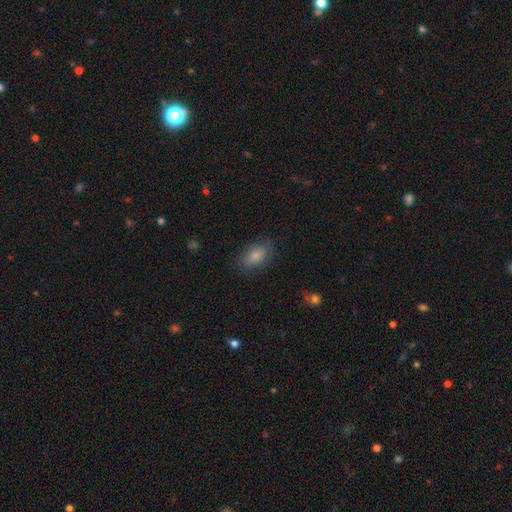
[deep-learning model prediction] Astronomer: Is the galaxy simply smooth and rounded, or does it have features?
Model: smooth — 83%.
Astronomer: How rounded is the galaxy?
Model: in between — 90%.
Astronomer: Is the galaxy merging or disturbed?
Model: none — 78%.